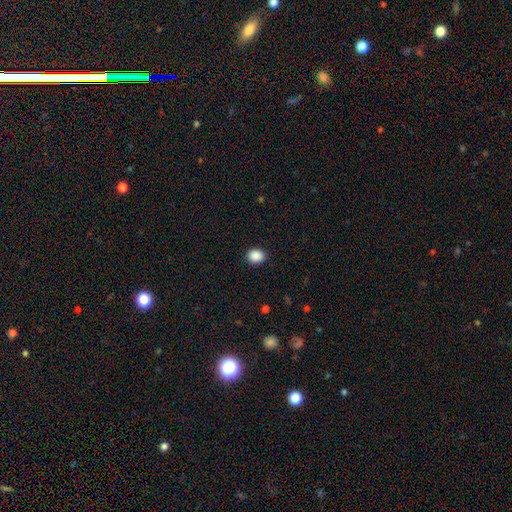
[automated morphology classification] Q: Smooth or featured?
A: smooth (89%); runner-up: star or artifact (8%)
Q: How rounded?
A: in between (51%); runner-up: round (48%)
Q: Merging?
A: none (90%); runner-up: minor disturbance (7%)